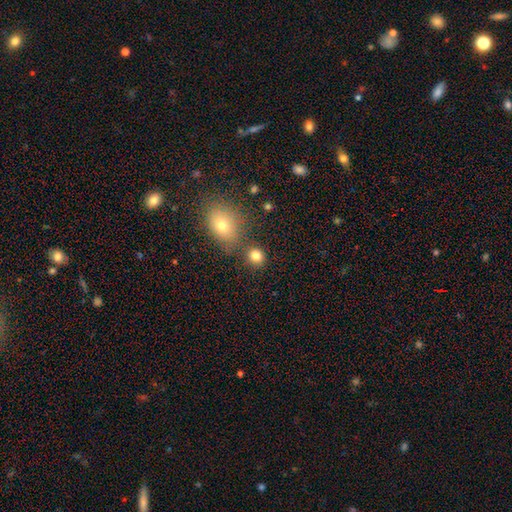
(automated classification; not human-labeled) This appears to be a smooth galaxy with no disk features (81%) that is round (76%). Merging: none (74%).